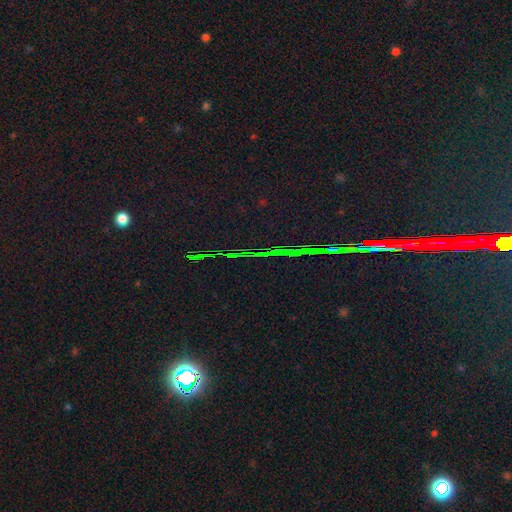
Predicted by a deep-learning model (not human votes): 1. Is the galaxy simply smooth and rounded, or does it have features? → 83% star or artifact, 9% featured or disk, 8% smooth.